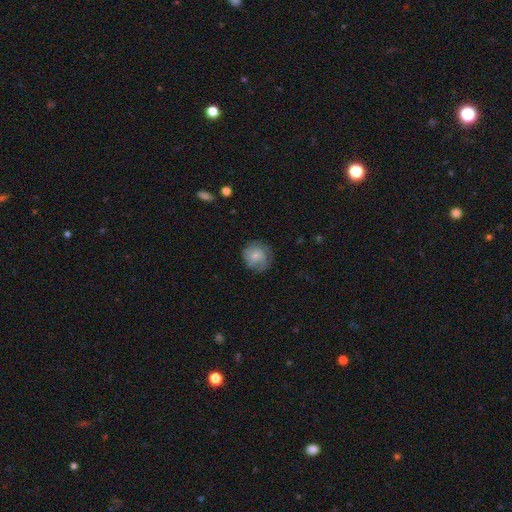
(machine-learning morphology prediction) smooth 72%, featured or disk 20%, star or artifact 8%. Down the decision tree: how rounded — round (86%); merging — none (70%).